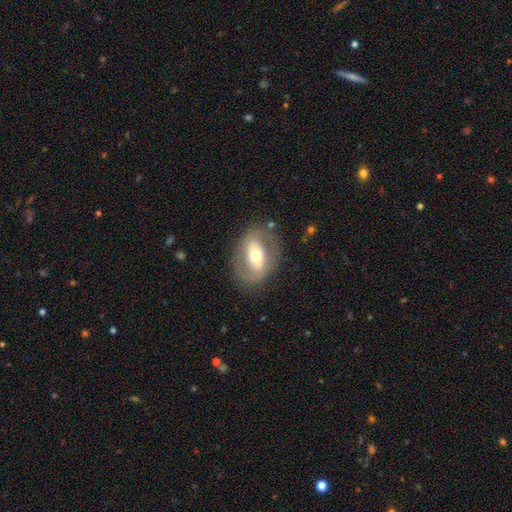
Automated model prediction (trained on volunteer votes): smooth-or-featured: featured or disk: 59% | smooth: 35% | star or artifact: 7%
  disk-edge-on: no: 92% | yes: 8%
    bar: strong: 37% | no: 32% | weak: 31%
    has-spiral-arms: no: 57% | yes: 43%
    bulge-size: moderate: 68% | small: 16% | large: 14% | dominant: 2% | none: 1%
  merging: none: 77% | minor disturbance: 14% | major disturbance: 8% | merger: 2%